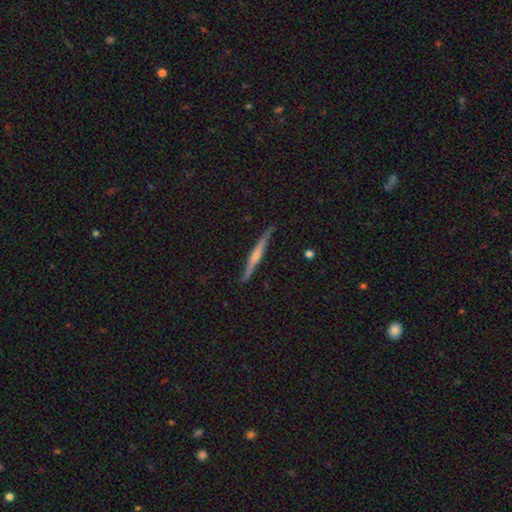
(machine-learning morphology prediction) Smooth or featured: featured or disk — 74% (smooth — 19%)
Edge-on disk: yes — 98% (no — 2%)
Edge-on bulge: rounded — 76% (none — 16%)
Merging: none — 90% (minor disturbance — 7%)